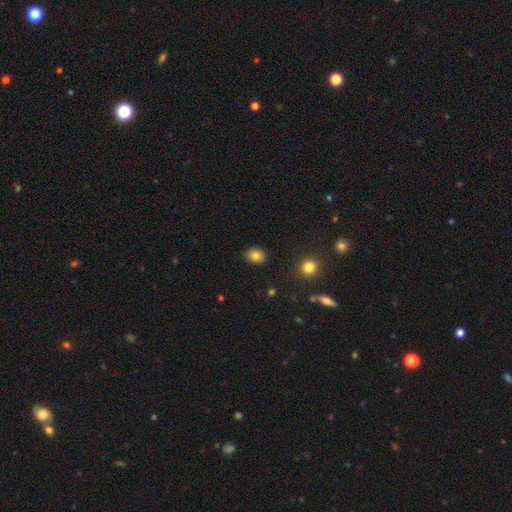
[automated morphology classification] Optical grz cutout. It shows a smooth galaxy with no disk features (83%) that is in between round and cigar-shaped (56%). Merging: none (89%).